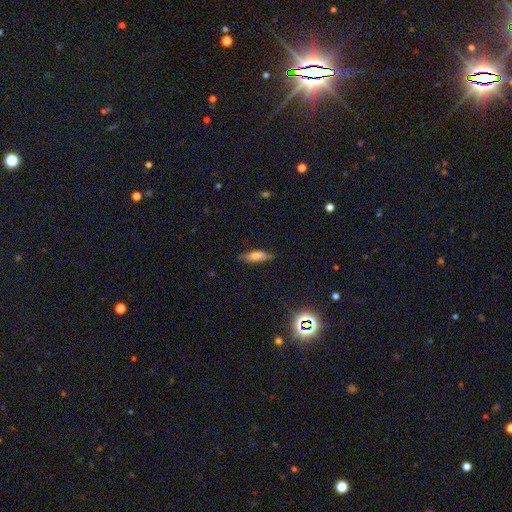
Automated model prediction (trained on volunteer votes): Morphology: type=smooth (63%); roundness=cigar-shaped (56%); merging=none (77%).